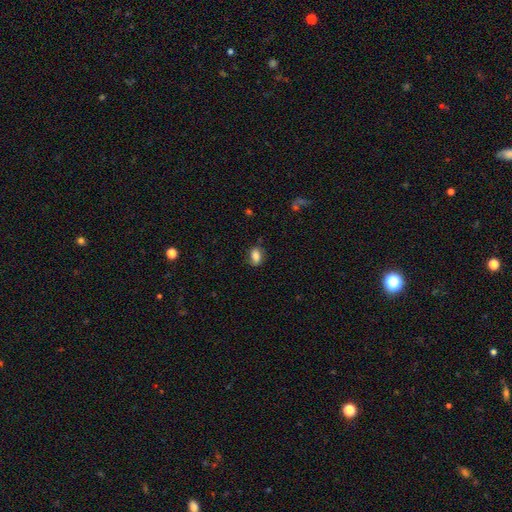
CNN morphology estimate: This is likely a smooth galaxy (77%). How rounded: clearly in between (84%). Merging: likely none (70%).